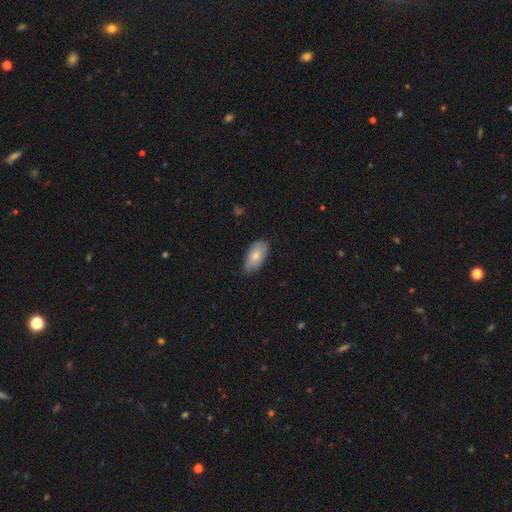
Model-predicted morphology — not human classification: The model was most divided on "merging": none: 73%, minor disturbance: 23%, major disturbance: 3%, merger: 1%. More confident: how rounded — in between (93%); smooth or featured — smooth (74%).